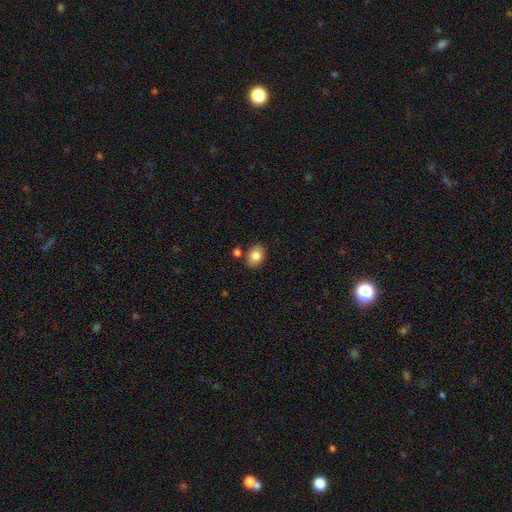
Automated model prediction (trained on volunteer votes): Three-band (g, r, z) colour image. It shows a smooth galaxy with no disk features (83%) that is in between round and cigar-shaped (73%). Merging: none (79%).